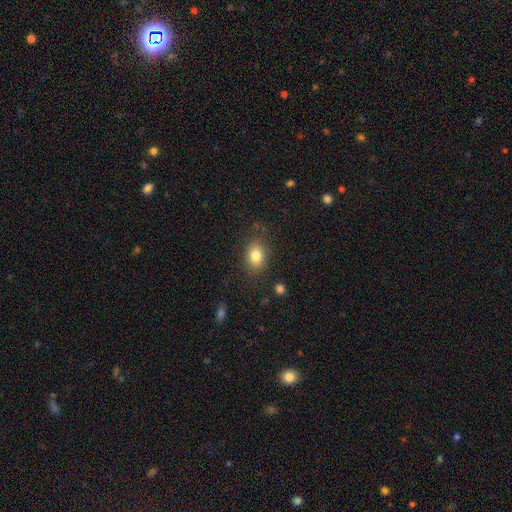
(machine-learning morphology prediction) Smooth or featured? smooth (82%)
How rounded? in between (72%)
Merging? none (81%)